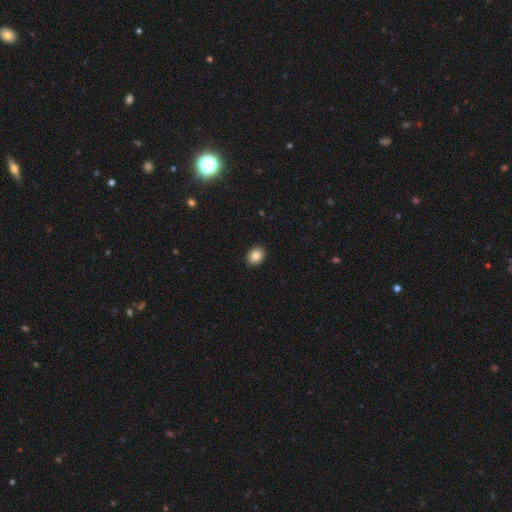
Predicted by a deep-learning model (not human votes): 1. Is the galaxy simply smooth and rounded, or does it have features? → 85% smooth, 9% star or artifact, 6% featured or disk.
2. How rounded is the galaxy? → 63% in between, 36% round, 1% cigar-shaped.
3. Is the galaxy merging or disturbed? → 91% none, 6% minor disturbance, 2% major disturbance, 1% merger.